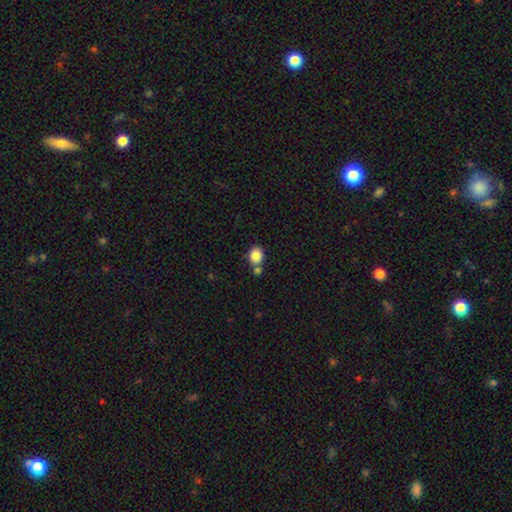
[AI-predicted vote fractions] smooth-or-featured: smooth: 84% | star or artifact: 9% | featured or disk: 7%
  how-rounded: round: 53% | in between: 46% | cigar-shaped: 1%
  merging: none: 55% | merger: 29% | minor disturbance: 12% | major disturbance: 4%